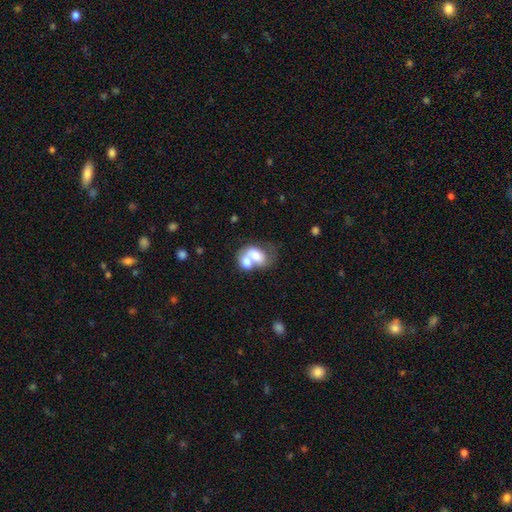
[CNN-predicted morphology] A smooth galaxy with no disk features (59%) that is in between round and cigar-shaped (73%). Merging: merger (73%).